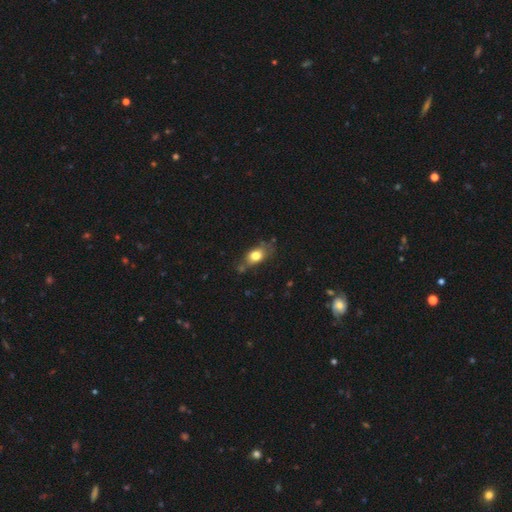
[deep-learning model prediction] Q: Smooth or featured?
A: smooth (75%); runner-up: featured or disk (16%)
Q: How rounded?
A: in between (74%); runner-up: round (20%)
Q: Merging?
A: none (58%); runner-up: minor disturbance (26%)